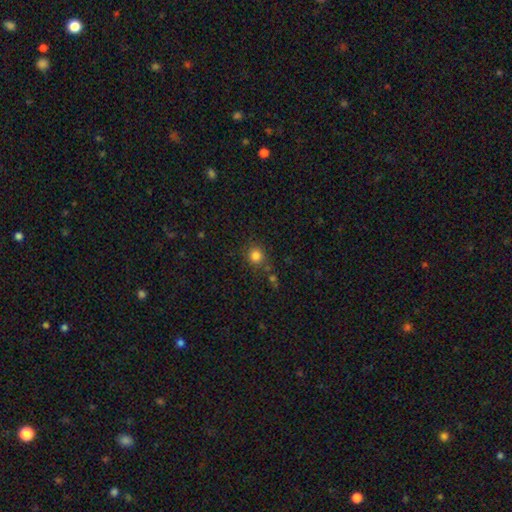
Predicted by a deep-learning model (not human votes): A smooth galaxy with no disk features (82%) that is round (90%).

Vote fractions:
- Smooth or featured? smooth: 82% / star or artifact: 13% / featured or disk: 5%
- How rounded? round: 90% / in between: 9% / cigar-shaped: 1%
- Merging? none: 80% / minor disturbance: 11% / merger: 6% / major disturbance: 4%